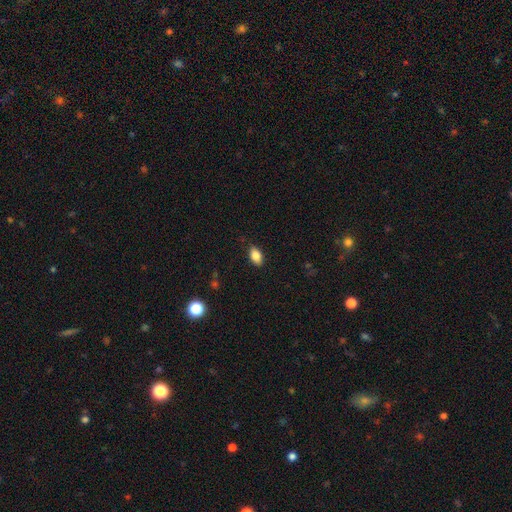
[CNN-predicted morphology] Smooth or featured? smooth (83%)
How rounded? in between (90%)
Merging? none (86%)